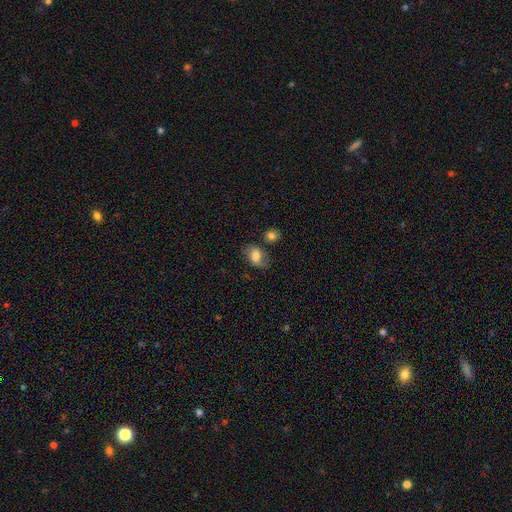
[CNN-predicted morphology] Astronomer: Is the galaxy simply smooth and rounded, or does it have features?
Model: smooth — 66%.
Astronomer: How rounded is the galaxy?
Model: in between — 76%.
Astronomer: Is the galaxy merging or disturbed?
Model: none — 61%.